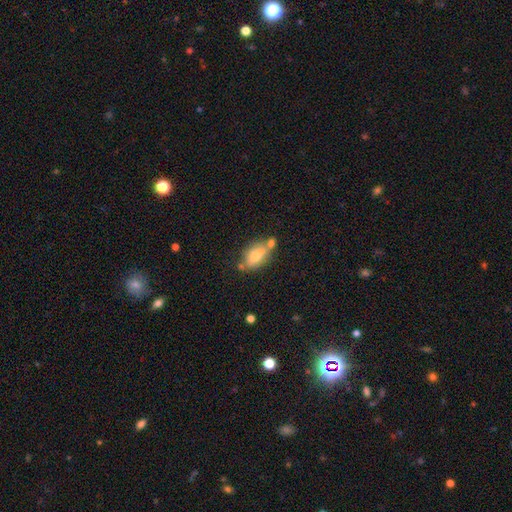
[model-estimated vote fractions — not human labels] The model was most divided on "merging": none: 44%, merger: 31%, minor disturbance: 18%, major disturbance: 7%. More confident: how rounded — in between (83%); smooth or featured — smooth (65%).